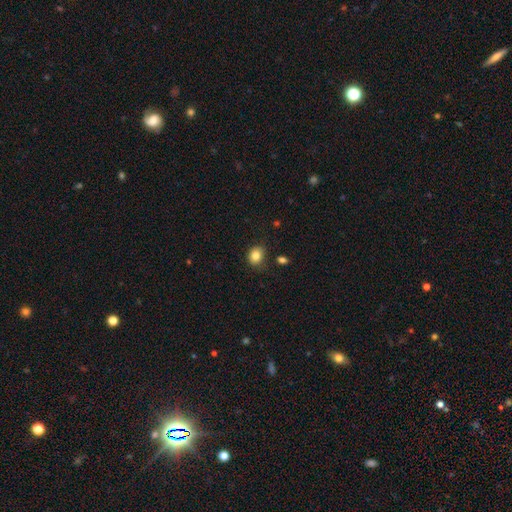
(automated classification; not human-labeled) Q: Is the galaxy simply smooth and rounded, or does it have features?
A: smooth — 84%.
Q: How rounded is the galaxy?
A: round — 59%.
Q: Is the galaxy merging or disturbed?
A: none — 78%.